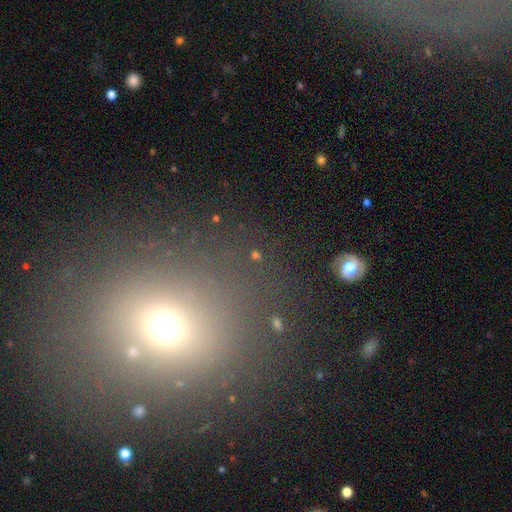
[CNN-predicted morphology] Q: Smooth or featured?
A: star or artifact (47%); runner-up: smooth (38%)